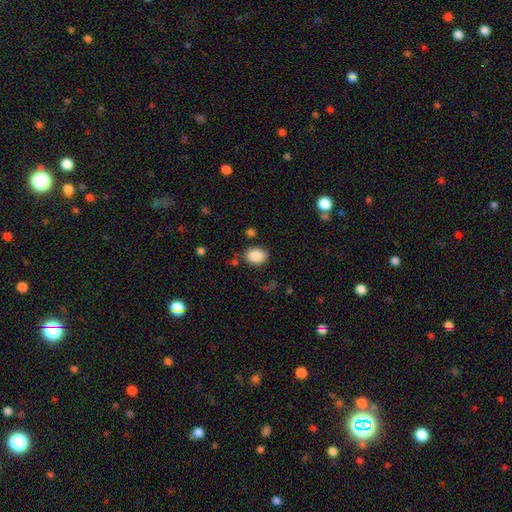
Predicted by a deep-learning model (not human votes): Smooth or featured: smooth — 88% (star or artifact — 8%)
How rounded: in between — 74% (round — 25%)
Merging: none — 81% (minor disturbance — 11%)